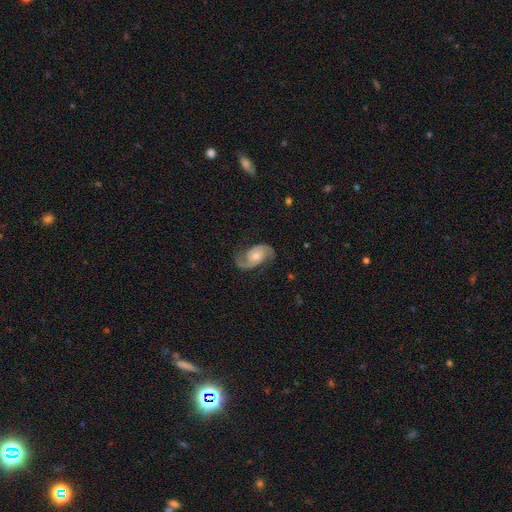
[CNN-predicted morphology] The model was most divided on "spiral winding": medium: 52%, tight: 25%, loose: 22%. More confident: edge-on disk — no (97%); spiral arms — yes (97%); spiral arm count — 2 (92%); smooth or featured — featured or disk (87%); merging — none (77%); bar — no (65%); bulge size — moderate (58%).